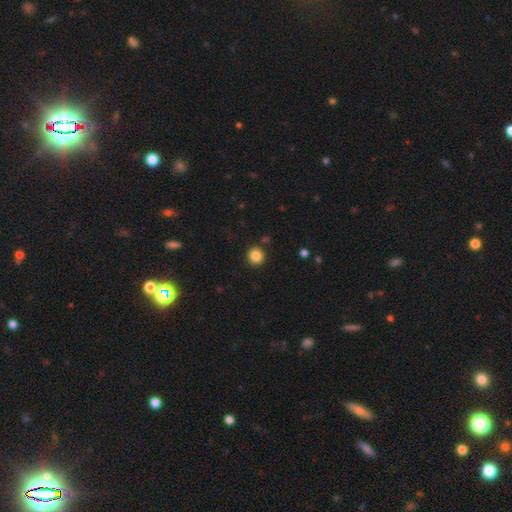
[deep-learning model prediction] Smooth or featured? Predicted: smooth (p=0.85). How rounded? Predicted: round (p=0.93). Merging? Predicted: none (p=0.90).